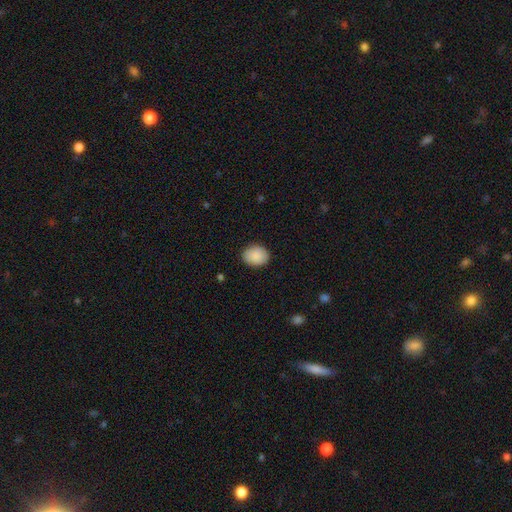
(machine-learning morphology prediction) Smooth or featured: smooth — 89% (star or artifact — 7%)
How rounded: in between — 50% (round — 49%)
Merging: none — 87% (minor disturbance — 10%)